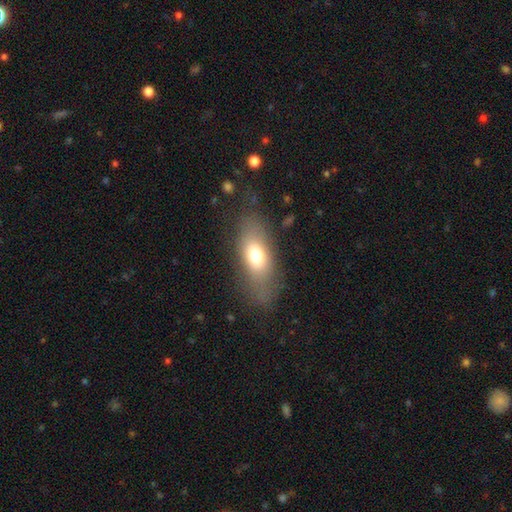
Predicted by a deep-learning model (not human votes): smooth 71%, featured or disk 20%, star or artifact 9%. Down the decision tree: how rounded — in between (82%); merging — none (70%).